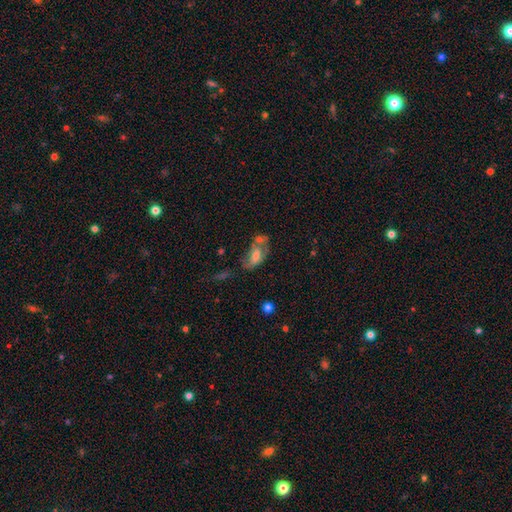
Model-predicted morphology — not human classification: Smooth or featured? smooth (56%)
How rounded? in between (89%)
Merging? merger (32%)